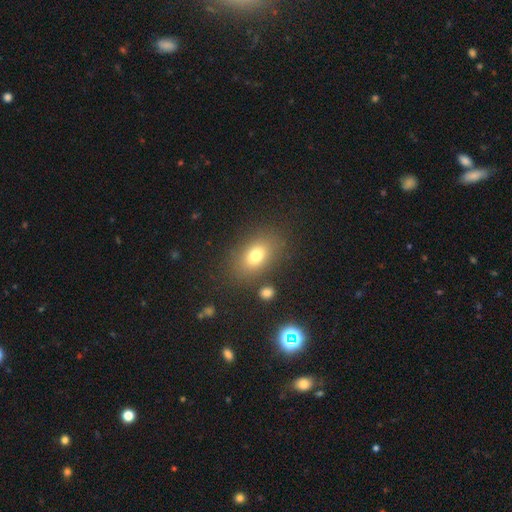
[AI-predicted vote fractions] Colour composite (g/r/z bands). It shows a smooth galaxy with no disk features (75%) that is in between round and cigar-shaped (82%). Merging: none (80%).